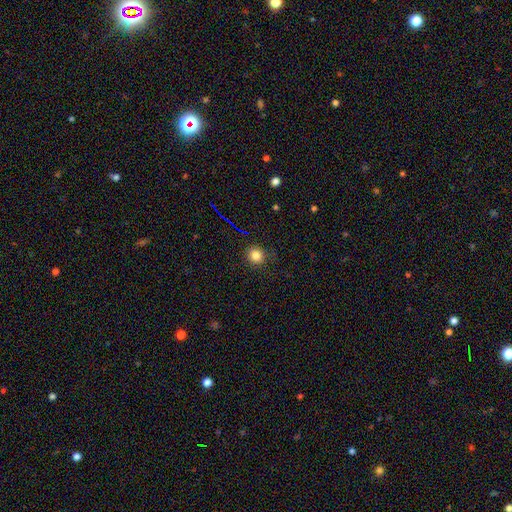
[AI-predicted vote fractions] Morphology: type=smooth (80%); roundness=round (89%); merging=none (87%).